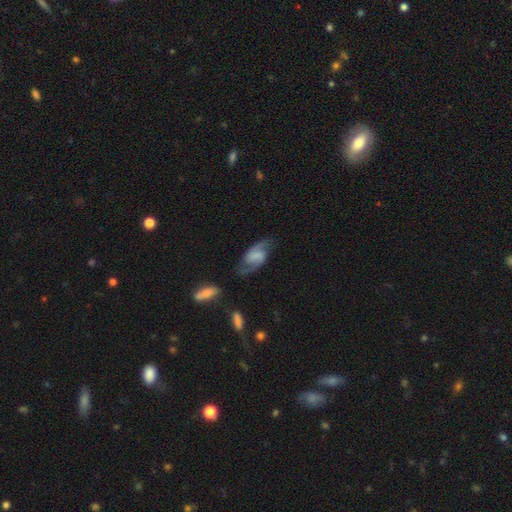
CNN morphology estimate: Overall: featured or disk (76%). Edge-on disk: no (96%). Bar: weak (47%; no 30%). Spiral arms: yes (94%). Spiral arm count: 2 (91%). Spiral winding: medium (47%; loose 38%). Bulge size: none (50%; small 25%). Merging: none (71%).